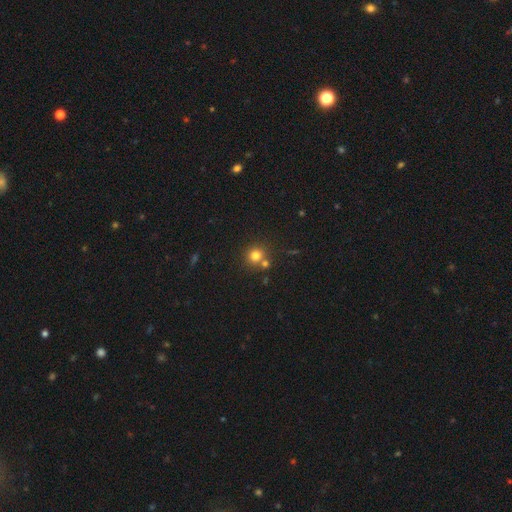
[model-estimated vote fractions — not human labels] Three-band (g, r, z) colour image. It shows a smooth galaxy with no disk features (77%) that is round (89%). Merging: none (67%).